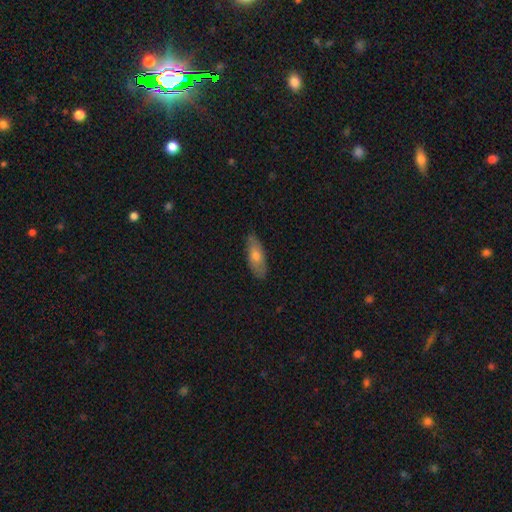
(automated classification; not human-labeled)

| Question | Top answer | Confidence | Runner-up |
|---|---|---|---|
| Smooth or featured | smooth | 61% | featured or disk (32%) |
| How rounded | in between | 65% | cigar-shaped (32%) |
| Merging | none | 82% | minor disturbance (15%) |